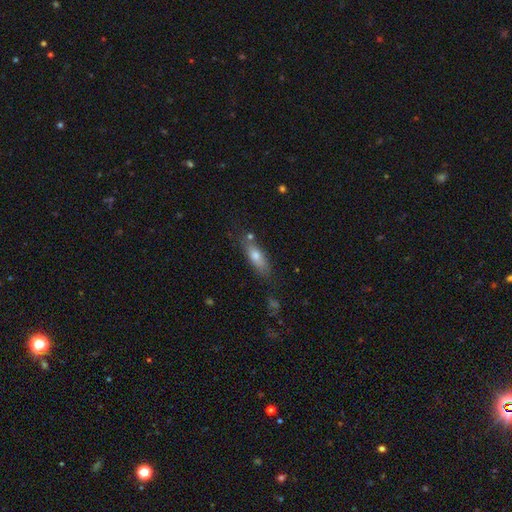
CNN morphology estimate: This is likely a smooth galaxy (67%). How rounded: possibly in between (56%). Merging: likely none (71%).